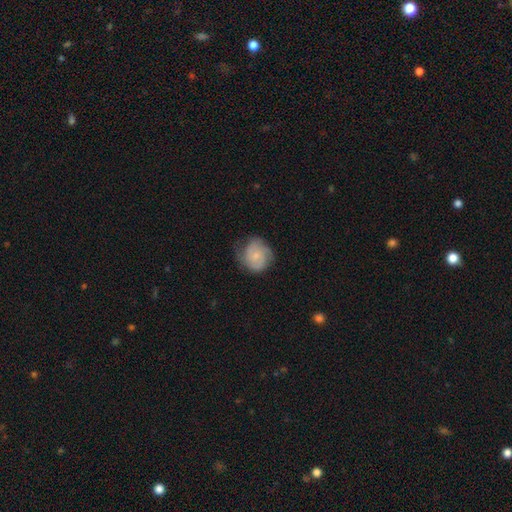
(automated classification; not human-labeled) A smooth galaxy with no disk features (50%). Merging: none (60%).